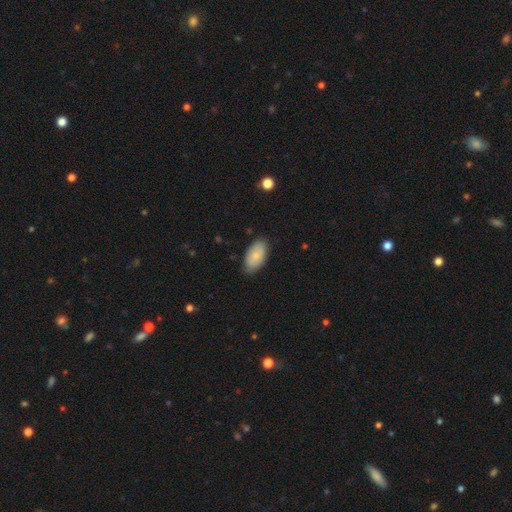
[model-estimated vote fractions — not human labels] Morphology: type=smooth (78%); roundness=in between (95%); merging=none (76%).